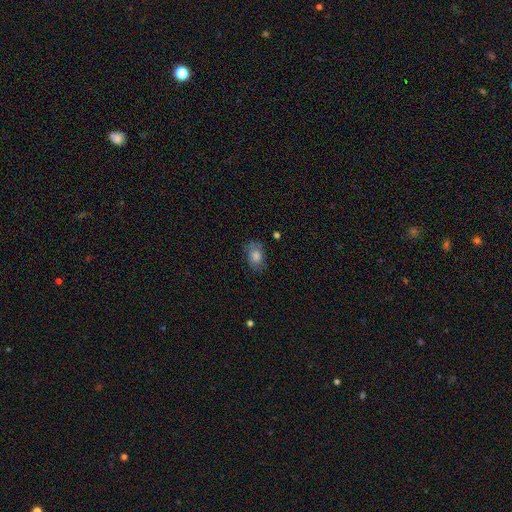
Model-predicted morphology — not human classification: Smooth or featured?
  - smooth: 69% *
  - featured or disk: 17%
  - star or artifact: 14%
How rounded?
  - in between: 69% *
  - round: 29%
  - cigar-shaped: 2%
Merging?
  - none: 69% *
  - minor disturbance: 21%
  - major disturbance: 7%
  - merger: 2%